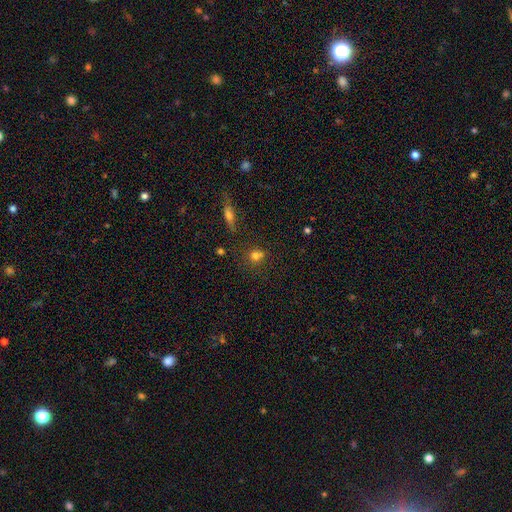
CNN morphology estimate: A smooth galaxy with no disk features (73%) that is round (76%). Merging: none (56%).